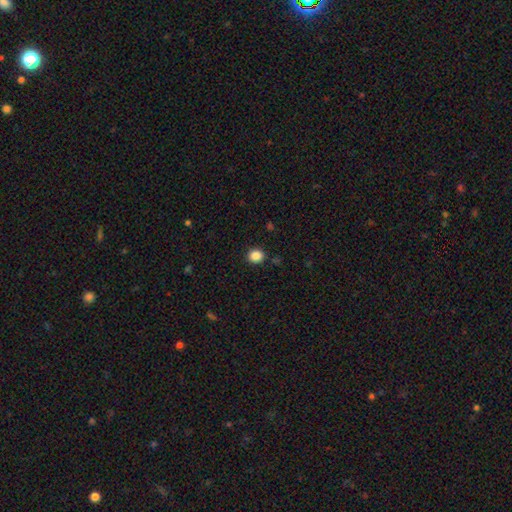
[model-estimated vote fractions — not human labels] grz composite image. It shows a smooth galaxy with no disk features (86%) that is round (77%). Merging: none (89%).